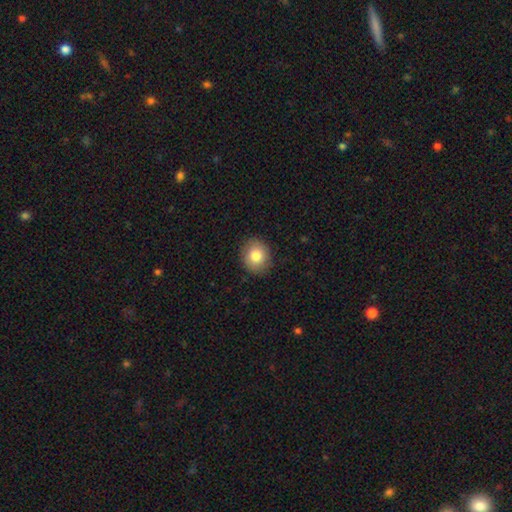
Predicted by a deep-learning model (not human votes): This is clearly a smooth galaxy (81%). How rounded: likely round (75%). Merging: clearly none (89%).